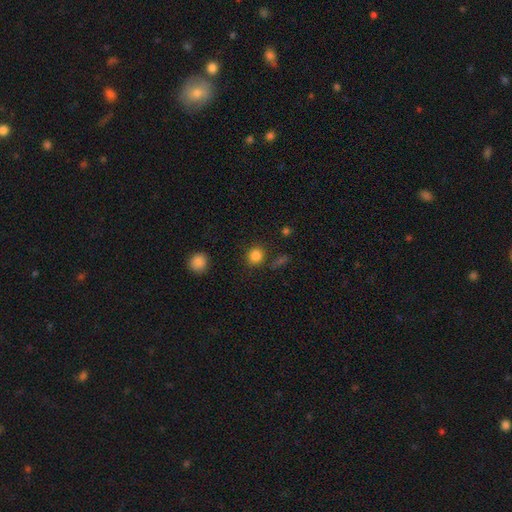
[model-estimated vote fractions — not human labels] Morphology: type=smooth (84%); roundness=round (83%); merging=none (84%).